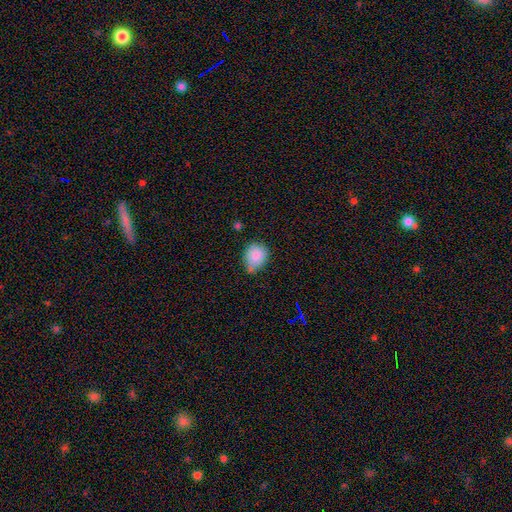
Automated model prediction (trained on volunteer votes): Morphology: type=smooth (85%); roundness=round (50%); merging=none (44%).